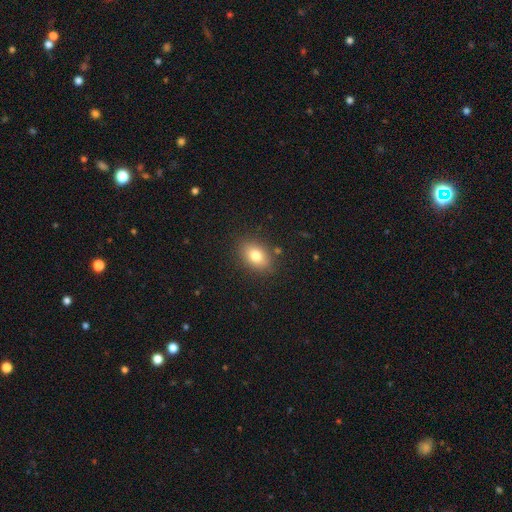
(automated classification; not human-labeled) This appears to be a smooth galaxy with no disk features (78%) that is in between round and cigar-shaped (78%). Merging: none (85%).